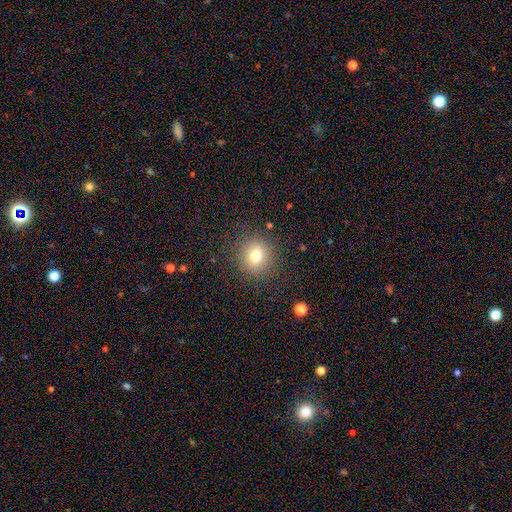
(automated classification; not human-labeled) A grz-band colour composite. It shows a smooth galaxy with no disk features (75%) that is round (90%). Merging: none (87%).